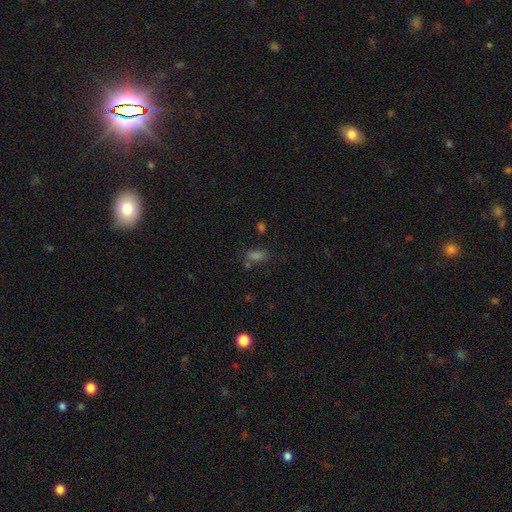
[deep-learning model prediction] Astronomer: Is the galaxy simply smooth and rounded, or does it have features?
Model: smooth — 65%.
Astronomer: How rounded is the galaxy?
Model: in between — 79%.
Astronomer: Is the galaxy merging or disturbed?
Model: none — 67%.